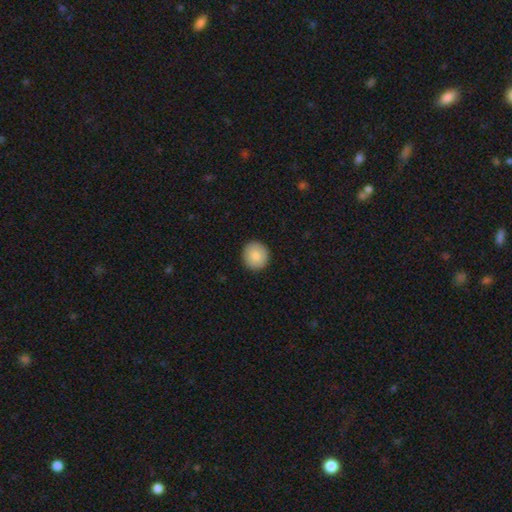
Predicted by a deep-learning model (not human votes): smooth 84%, featured or disk 9%, star or artifact 7%. Down the decision tree: how rounded — round (91%); merging — none (92%).